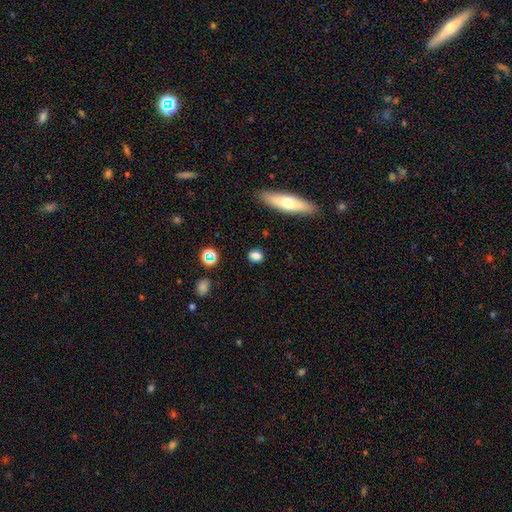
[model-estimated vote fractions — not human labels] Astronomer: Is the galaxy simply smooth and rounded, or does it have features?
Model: smooth — 81%.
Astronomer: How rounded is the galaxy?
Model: round — 57% (runner-up: in between, 38%).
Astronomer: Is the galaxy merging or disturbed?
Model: none — 86%.